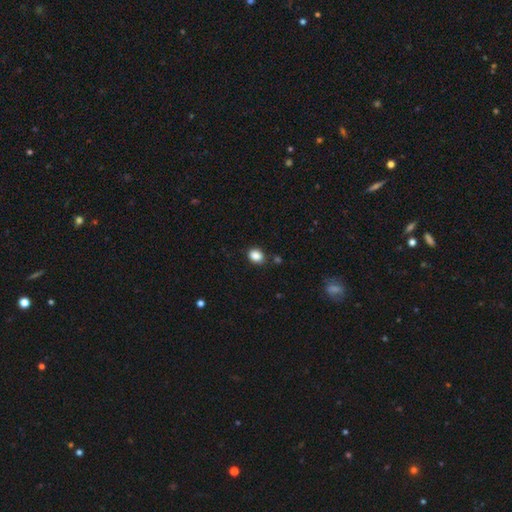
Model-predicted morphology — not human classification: smooth-or-featured: smooth: 87% | star or artifact: 10% | featured or disk: 3%
  how-rounded: in between: 57% | round: 42% | cigar-shaped: 1%
  merging: none: 83% | minor disturbance: 11% | merger: 3% | major disturbance: 3%